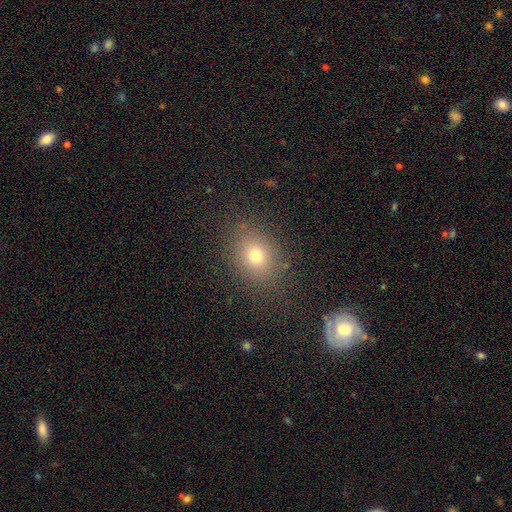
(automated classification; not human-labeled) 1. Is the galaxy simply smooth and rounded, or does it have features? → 74% smooth, 16% star or artifact, 11% featured or disk.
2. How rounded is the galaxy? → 53% round, 46% in between, 1% cigar-shaped.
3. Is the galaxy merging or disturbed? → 83% none, 10% minor disturbance, 5% major disturbance, 2% merger.